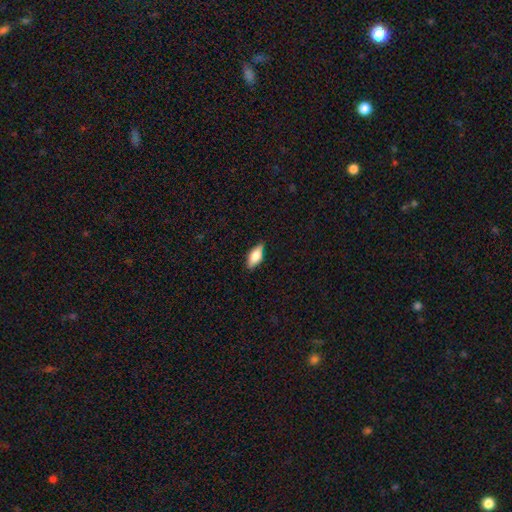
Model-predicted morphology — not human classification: The model was most divided on "smooth or featured": smooth: 73%, featured or disk: 19%, star or artifact: 7%. More confident: how rounded — in between (84%); merging — none (79%).